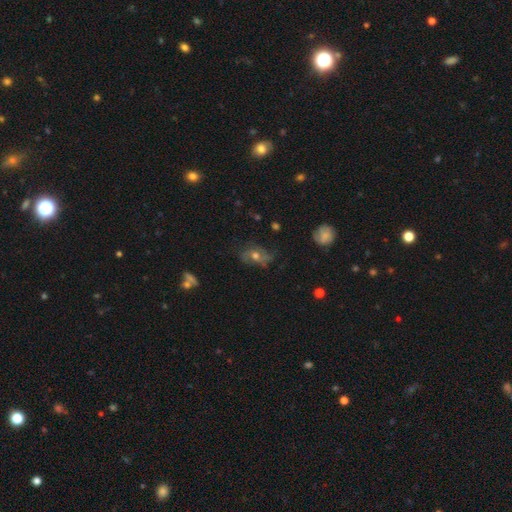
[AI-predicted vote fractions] This is possibly a featured or disk galaxy (56%). It is clearly not viewed edge-on (93%). Bar: likely no (71%). Spiral arm pattern: likely yes (76%). Central bulge: likely moderate (69%). Merging: likely none (64%).